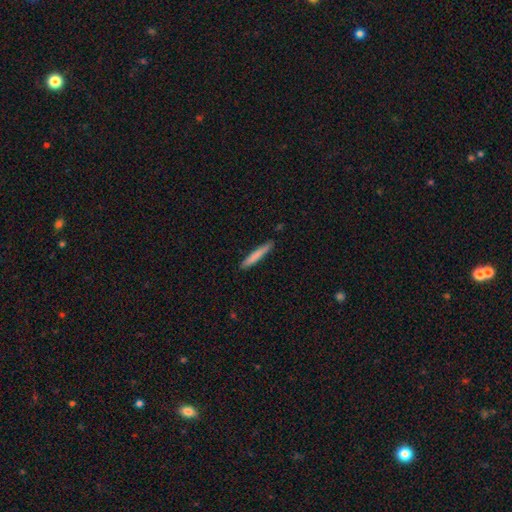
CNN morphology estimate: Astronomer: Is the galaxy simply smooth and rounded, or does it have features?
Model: smooth — 77%.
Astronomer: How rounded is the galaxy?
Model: cigar-shaped — 95%.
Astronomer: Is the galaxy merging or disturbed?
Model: none — 87%.